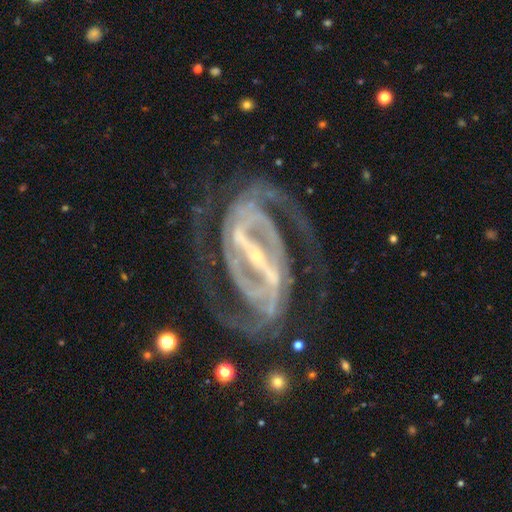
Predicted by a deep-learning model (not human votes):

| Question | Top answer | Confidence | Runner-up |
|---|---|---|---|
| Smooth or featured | featured or disk | 93% | star or artifact (5%) |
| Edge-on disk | no | 95% | yes (5%) |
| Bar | strong | 86% | weak (10%) |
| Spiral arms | yes | 98% | no (2%) |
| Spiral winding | medium | 46% | tight (43%) |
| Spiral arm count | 2 | 79% | 3 (7%) |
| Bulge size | small | 79% | moderate (13%) |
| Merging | none | 72% | minor disturbance (14%) |